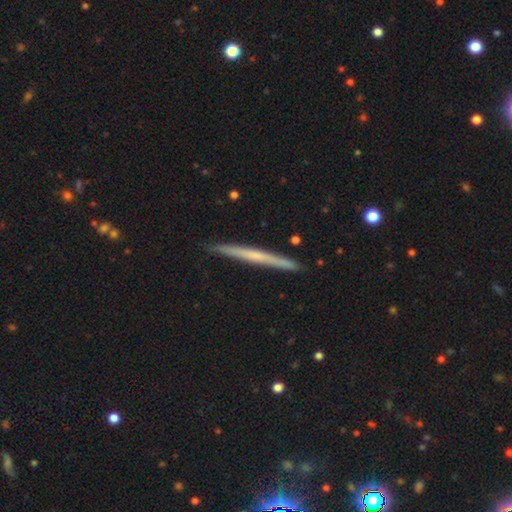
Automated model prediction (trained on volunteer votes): featured or disk 54%, smooth 40%, star or artifact 6%. Down the decision tree: edge-on disk — yes (97%); edge-on bulge — none (77%); merging — none (91%).